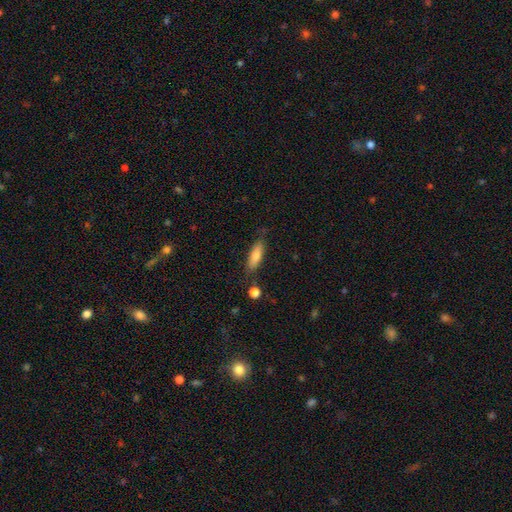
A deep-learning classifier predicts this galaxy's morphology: A smooth galaxy with no disk features (76%) that is in between round and cigar-shaped (54%).

Vote fractions:
- Smooth or featured? smooth: 76% / featured or disk: 17% / star or artifact: 7%
- How rounded? in between: 54% / cigar-shaped: 43% / round: 2%
- Merging? none: 76% / minor disturbance: 16% / merger: 4% / major disturbance: 4%